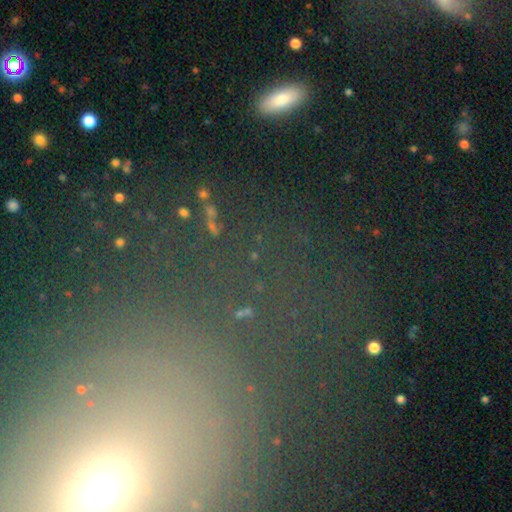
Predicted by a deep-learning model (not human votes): smooth_or_featured: star or artifact (p=0.55) [alt: smooth p=0.28]